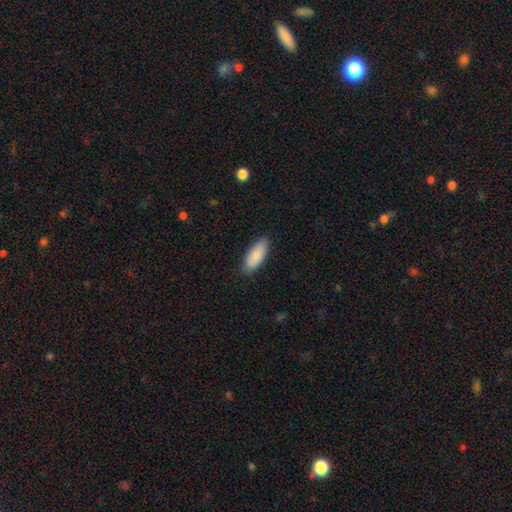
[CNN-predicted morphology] This is clearly a smooth galaxy (87%). How rounded: likely in between (76%). Merging: clearly none (87%).